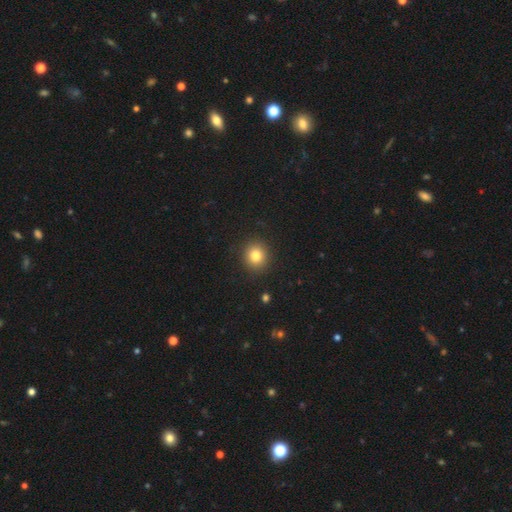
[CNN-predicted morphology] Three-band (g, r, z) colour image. It shows a smooth galaxy with no disk features (82%) that is round (84%). Merging: none (91%).